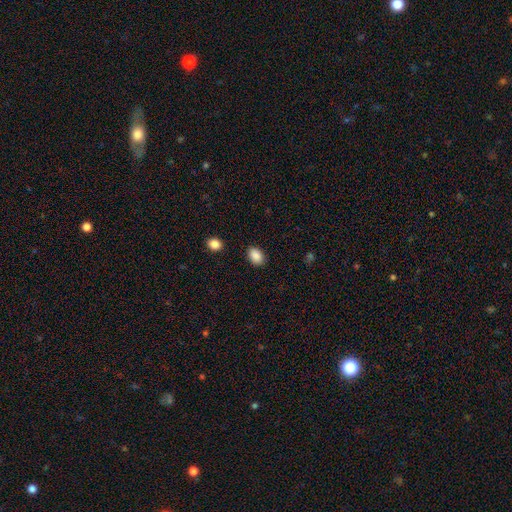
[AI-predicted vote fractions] Smooth or featured: smooth — 89% (star or artifact — 8%)
How rounded: in between — 82% (round — 17%)
Merging: none — 87% (minor disturbance — 9%)